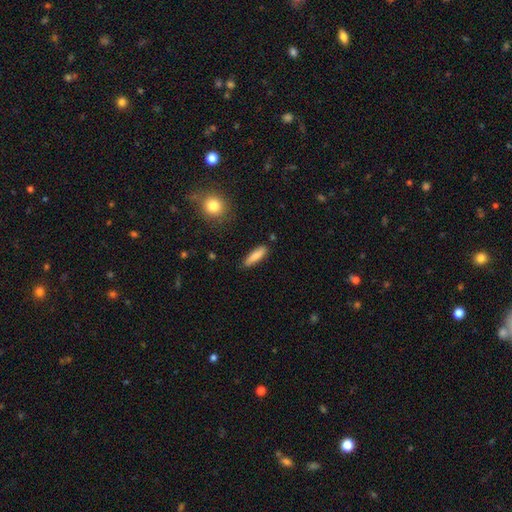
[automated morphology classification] Q: Smooth or featured?
A: smooth (81%); runner-up: featured or disk (13%)
Q: How rounded?
A: cigar-shaped (67%); runner-up: in between (31%)
Q: Merging?
A: none (87%); runner-up: minor disturbance (9%)